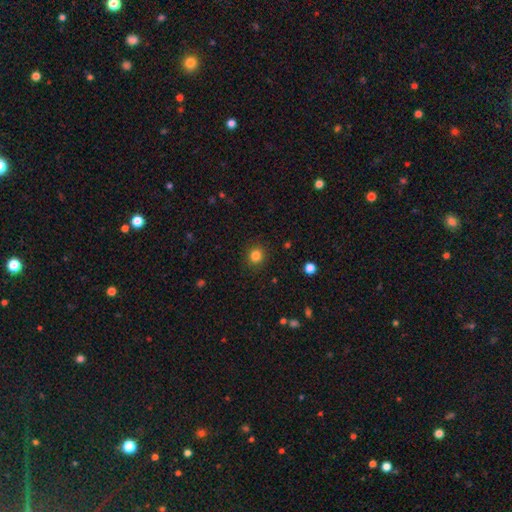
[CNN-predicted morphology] smooth_or_featured: smooth (p=0.83) [alt: star or artifact p=0.12]
how_rounded: round (p=0.89) [alt: in between p=0.10]
merging: none (p=0.91) [alt: minor disturbance p=0.06]